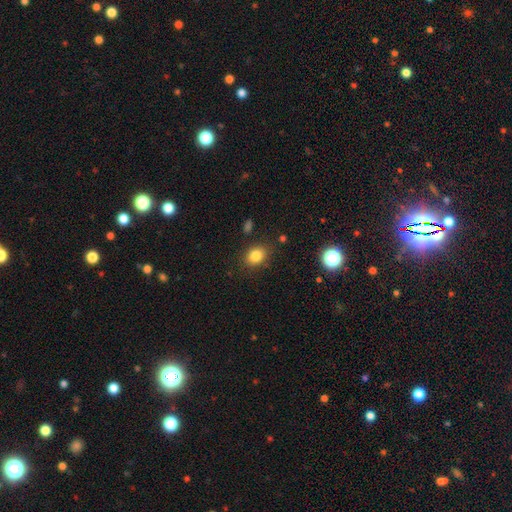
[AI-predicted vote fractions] smooth 83%, star or artifact 11%, featured or disk 6%. Down the decision tree: how rounded — in between (53%); merging — none (83%).